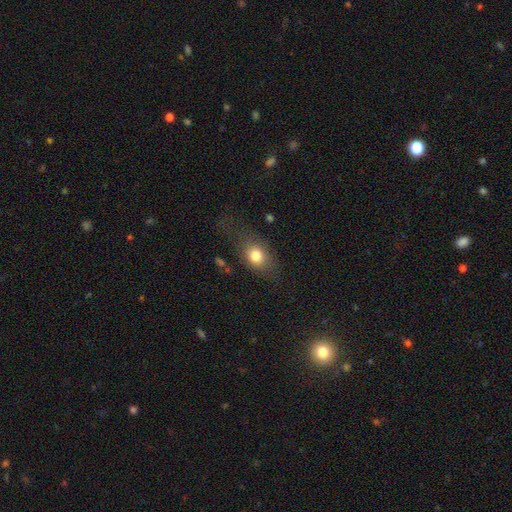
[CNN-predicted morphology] Smooth or featured? Predicted: smooth (p=0.77). How rounded? Predicted: in between (p=0.68). Merging? Predicted: none (p=0.57).